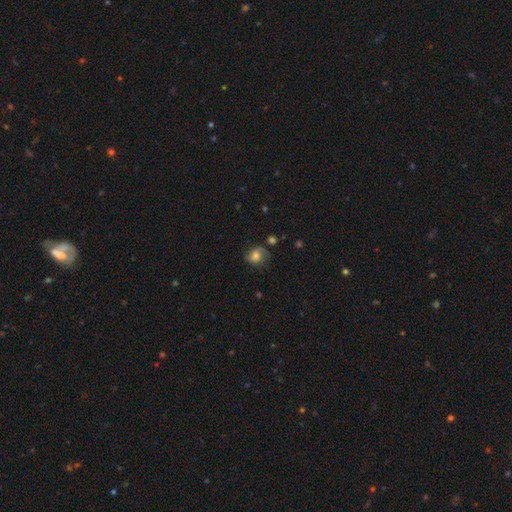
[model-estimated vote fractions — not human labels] Smooth or featured?
  - smooth: 62% *
  - featured or disk: 27%
  - star or artifact: 11%
How rounded?
  - round: 65% *
  - in between: 34%
  - cigar-shaped: 1%
Merging?
  - none: 62% *
  - minor disturbance: 25%
  - major disturbance: 9%
  - merger: 4%